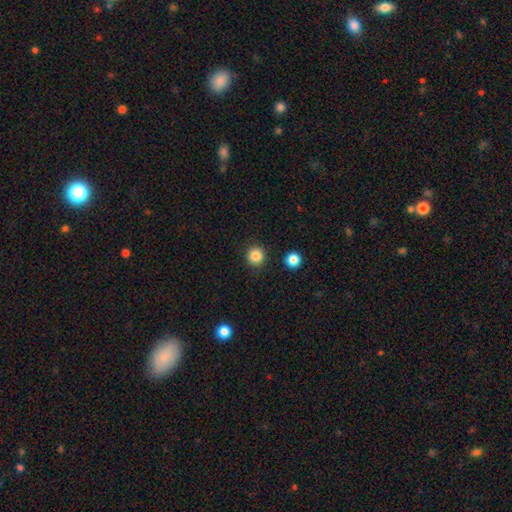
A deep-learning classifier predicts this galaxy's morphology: A smooth galaxy with no disk features (85%) that is round (94%).

Vote fractions:
- Smooth or featured? smooth: 85% / star or artifact: 11% / featured or disk: 4%
- How rounded? round: 94% / in between: 5% / cigar-shaped: 1%
- Merging? none: 90% / minor disturbance: 5% / merger: 2% / major disturbance: 2%